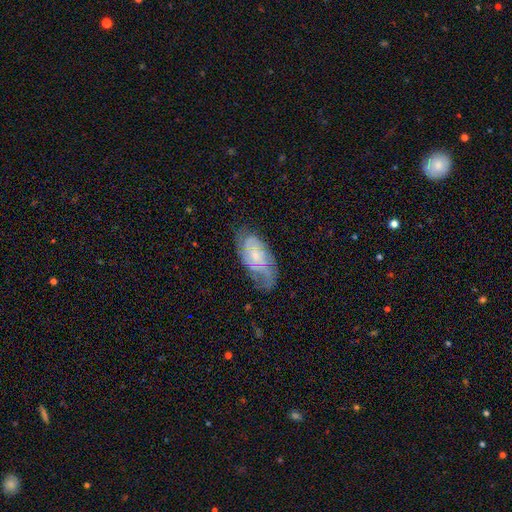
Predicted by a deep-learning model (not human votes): smooth_or_featured: featured or disk (p=0.74) [alt: smooth p=0.18]
disk_edge_on: no (p=0.94) [alt: yes p=0.06]
bar: no (p=0.65) [alt: weak p=0.30]
has_spiral_arms: yes (p=0.90) [alt: no p=0.10]
spiral_winding: tight (p=0.52) [alt: medium p=0.36]
spiral_arm_count: can't tell (p=0.40) [alt: 2 p=0.30]
bulge_size: small (p=0.64) [alt: moderate p=0.24]
merging: none (p=0.62) [alt: minor disturbance p=0.25]